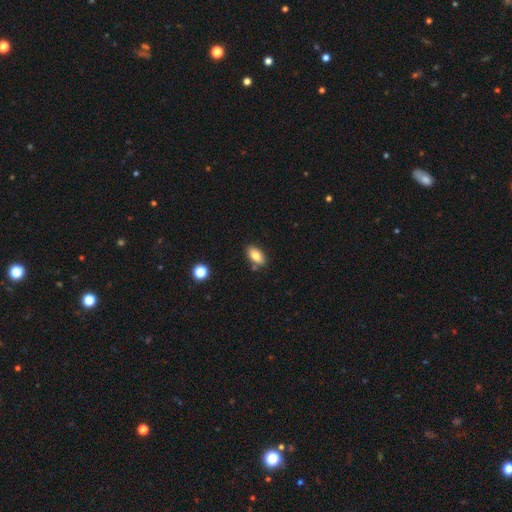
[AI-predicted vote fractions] Smooth or featured?
  - smooth: 81% *
  - featured or disk: 11%
  - star or artifact: 8%
How rounded?
  - in between: 90% *
  - cigar-shaped: 6%
  - round: 4%
Merging?
  - none: 77% *
  - minor disturbance: 13%
  - merger: 7%
  - major disturbance: 3%